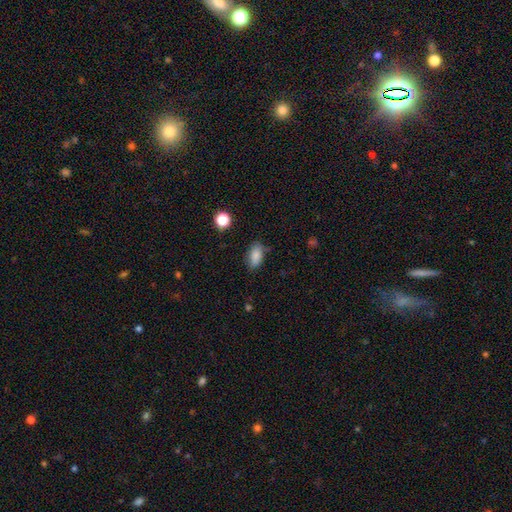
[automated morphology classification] Smooth or featured?
  - smooth: 84% *
  - star or artifact: 9%
  - featured or disk: 7%
How rounded?
  - in between: 90% *
  - round: 6%
  - cigar-shaped: 5%
Merging?
  - none: 72% *
  - minor disturbance: 21%
  - major disturbance: 5%
  - merger: 2%